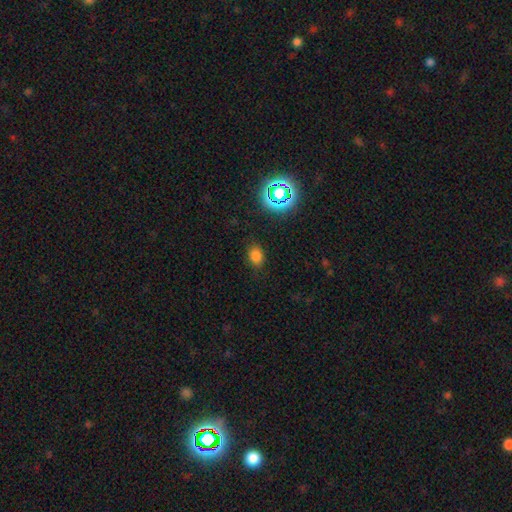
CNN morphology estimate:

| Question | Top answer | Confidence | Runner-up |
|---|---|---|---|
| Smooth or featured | smooth | 72% | star or artifact (21%) |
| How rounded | in between | 72% | round (26%) |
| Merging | none | 81% | minor disturbance (14%) |